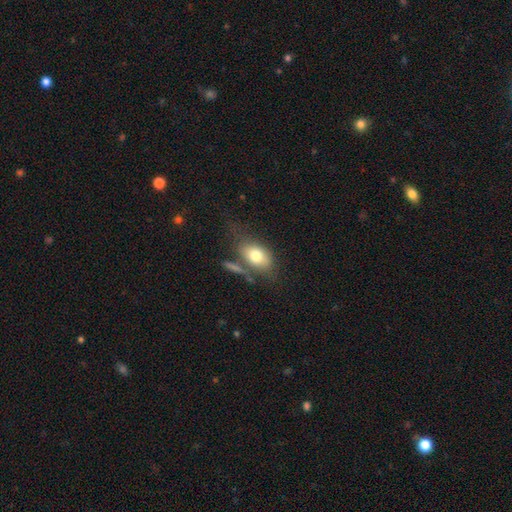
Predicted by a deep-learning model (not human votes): smooth_or_featured: smooth (p=0.74) [alt: featured or disk p=0.18]
how_rounded: in between (p=0.83) [alt: round p=0.14]
merging: none (p=0.50) [alt: minor disturbance p=0.22]